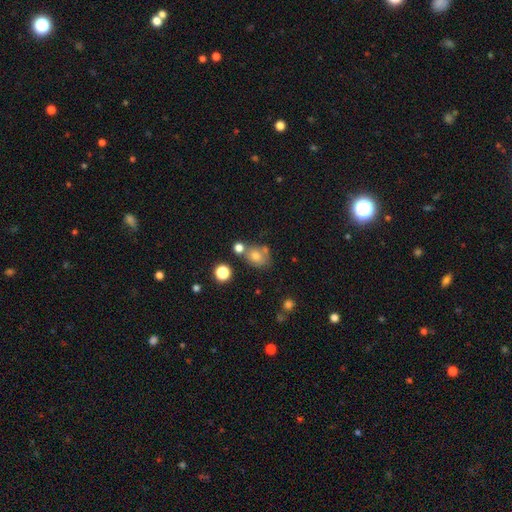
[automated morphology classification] smooth_or_featured: smooth (p=0.71) [alt: featured or disk p=0.15]
how_rounded: round (p=0.56) [alt: in between p=0.43]
merging: none (p=0.55) [alt: merger p=0.23]